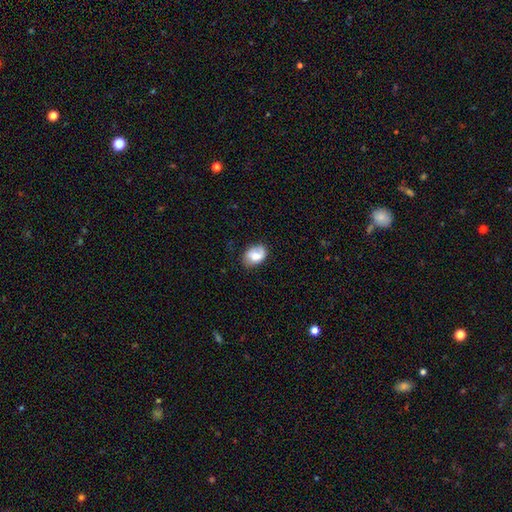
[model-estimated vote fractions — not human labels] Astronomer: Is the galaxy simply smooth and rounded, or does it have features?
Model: smooth — 67%.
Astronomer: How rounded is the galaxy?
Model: in between — 76%.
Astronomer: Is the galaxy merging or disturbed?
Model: none — 66%.